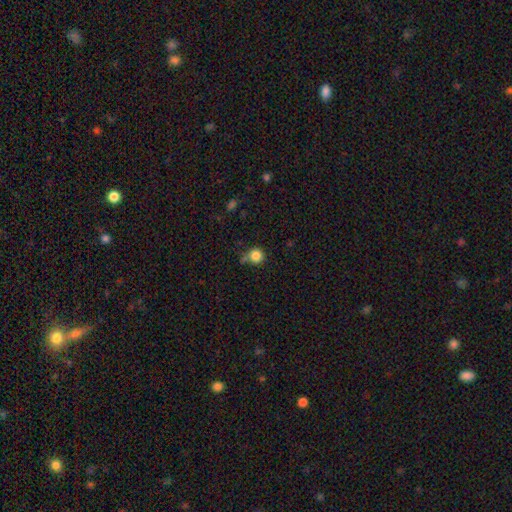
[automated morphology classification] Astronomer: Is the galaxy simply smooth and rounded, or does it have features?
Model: smooth — 84%.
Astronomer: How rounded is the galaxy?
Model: round — 92%.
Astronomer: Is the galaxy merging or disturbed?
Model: none — 64%.